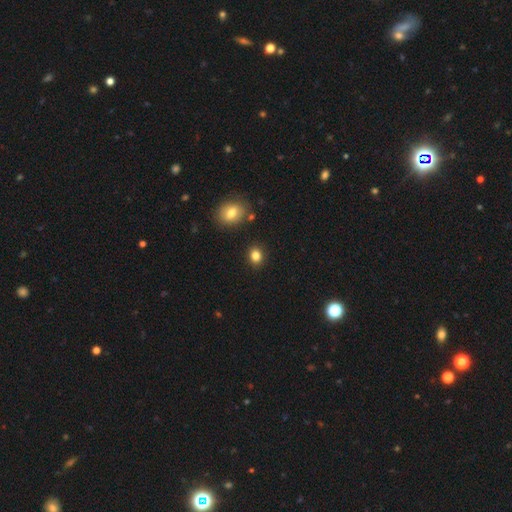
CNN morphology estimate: Overall: smooth (83%). How rounded: round (64%; in between 34%). Merging: none (89%).